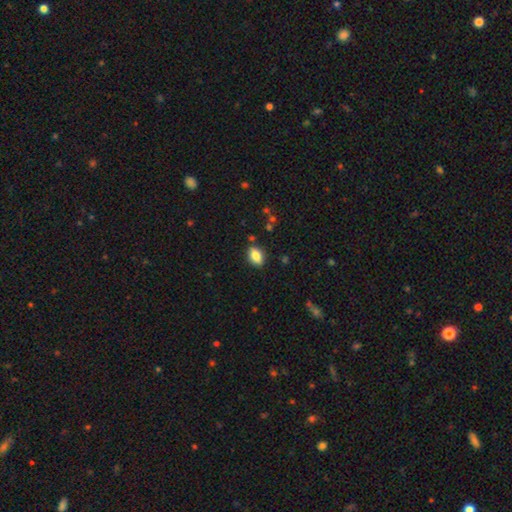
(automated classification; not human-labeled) Smooth or featured: smooth — 83% (featured or disk — 9%)
How rounded: in between — 84% (round — 13%)
Merging: none — 85% (minor disturbance — 11%)